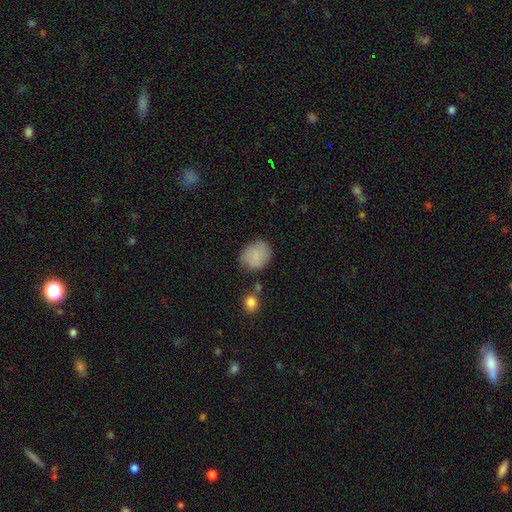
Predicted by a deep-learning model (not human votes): Q: Smooth or featured?
A: smooth (85%); runner-up: star or artifact (8%)
Q: How rounded?
A: round (62%); runner-up: in between (38%)
Q: Merging?
A: none (70%); runner-up: minor disturbance (21%)